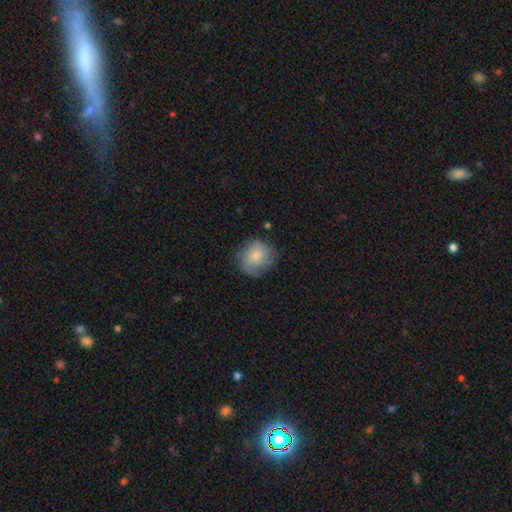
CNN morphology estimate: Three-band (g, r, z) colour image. It shows a smooth galaxy with no disk features (72%) that is round (81%). Merging: none (67%).